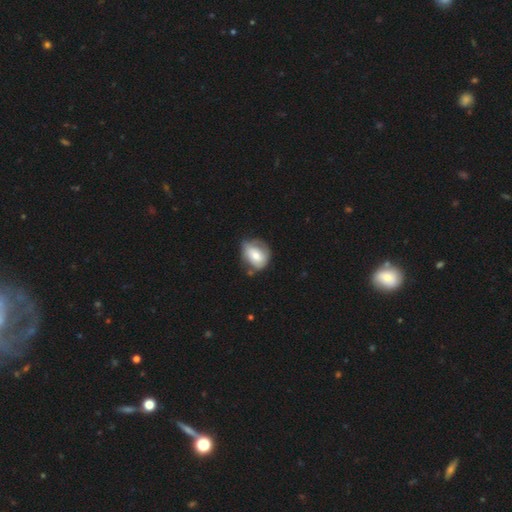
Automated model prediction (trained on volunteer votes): smooth_or_featured: smooth (p=0.58) [alt: featured or disk p=0.35]
how_rounded: in between (p=0.56) [alt: round p=0.43]
merging: none (p=0.43) [alt: minor disturbance p=0.36]